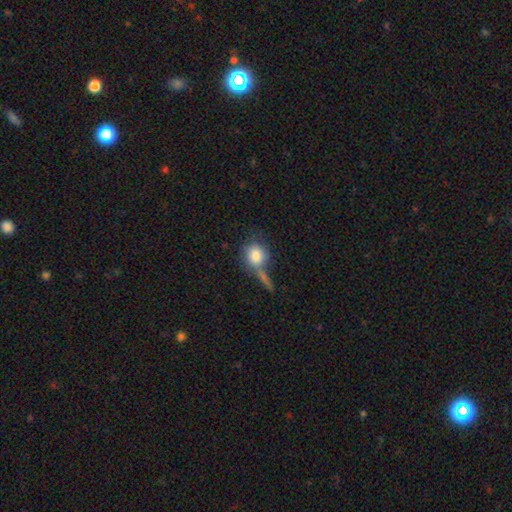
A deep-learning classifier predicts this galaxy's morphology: smooth-or-featured: smooth: 78% | featured or disk: 14% | star or artifact: 8%
  how-rounded: round: 75% | in between: 22% | cigar-shaped: 3%
  merging: none: 42% | merger: 25% | minor disturbance: 18% | major disturbance: 15%